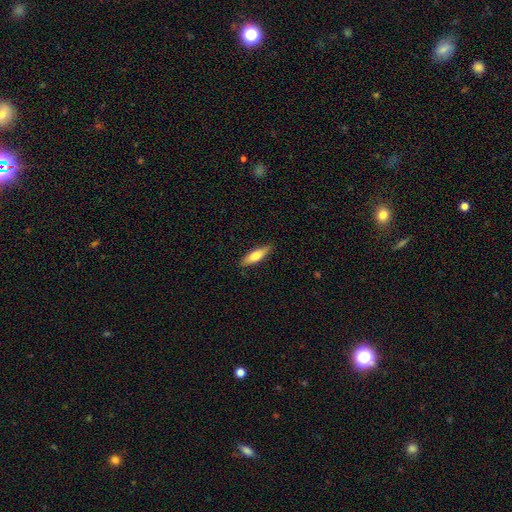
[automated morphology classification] This appears to be a smooth galaxy with no disk features (68%) that is cigar-shaped (57%). Merging: none (87%).